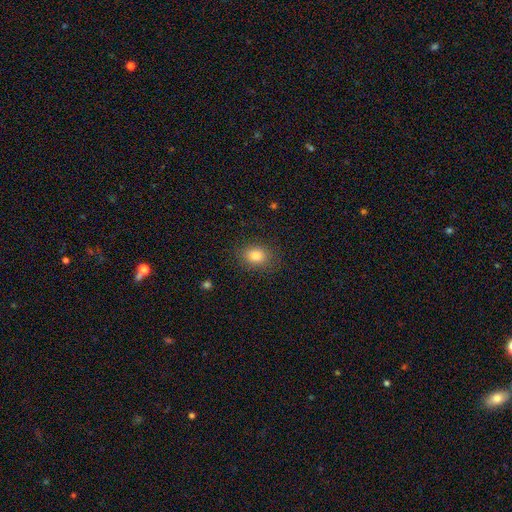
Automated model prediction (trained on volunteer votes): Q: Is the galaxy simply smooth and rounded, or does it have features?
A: smooth — 83%.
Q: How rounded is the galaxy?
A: in between — 56%.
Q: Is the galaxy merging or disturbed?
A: none — 85%.